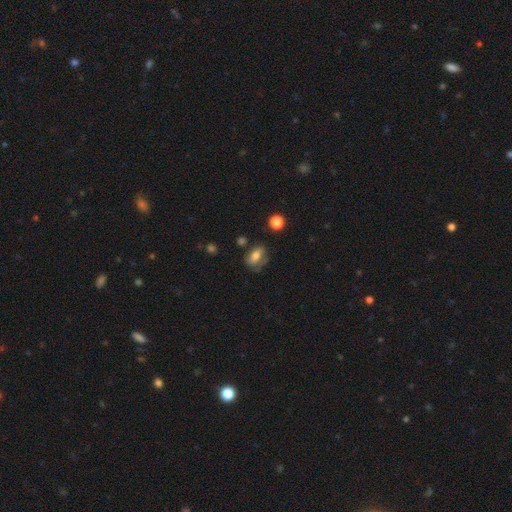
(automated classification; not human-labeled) smooth 59%, featured or disk 30%, star or artifact 11%. Down the decision tree: how rounded — in between (78%); merging — none (55%).